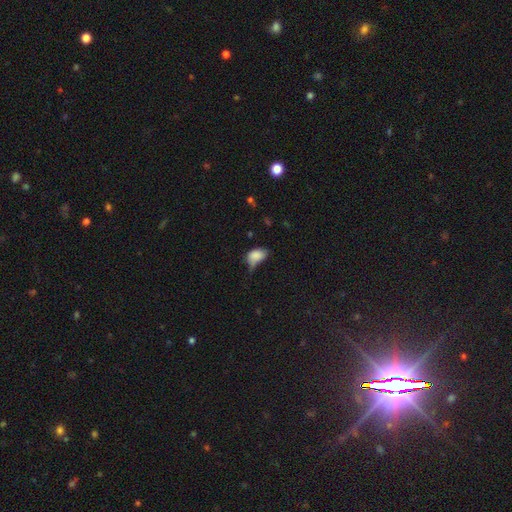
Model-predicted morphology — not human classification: A smooth galaxy with no disk features (81%) that is in between round and cigar-shaped (85%). Merging: minor disturbance (43%).